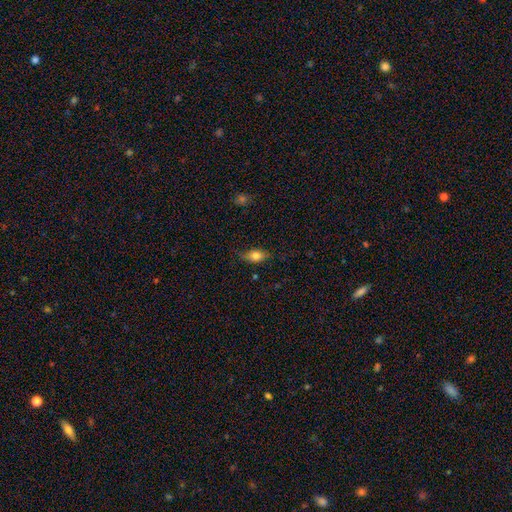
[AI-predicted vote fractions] A smooth galaxy with no disk features (75%) that is in between round and cigar-shaped (80%).

Vote fractions:
- Smooth or featured? smooth: 75% / featured or disk: 17% / star or artifact: 8%
- How rounded? in between: 80% / round: 12% / cigar-shaped: 7%
- Merging? none: 72% / minor disturbance: 22% / major disturbance: 5% / merger: 1%